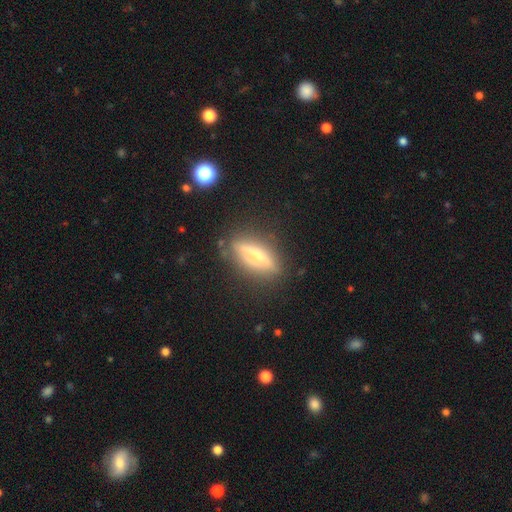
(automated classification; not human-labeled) smooth-or-featured: featured or disk: 63% | smooth: 29% | star or artifact: 8%
  disk-edge-on: yes: 88% | no: 12%
    edge-on-bulge: rounded: 82% | none: 11% | boxy: 7%
  merging: none: 82% | minor disturbance: 12% | major disturbance: 4% | merger: 2%